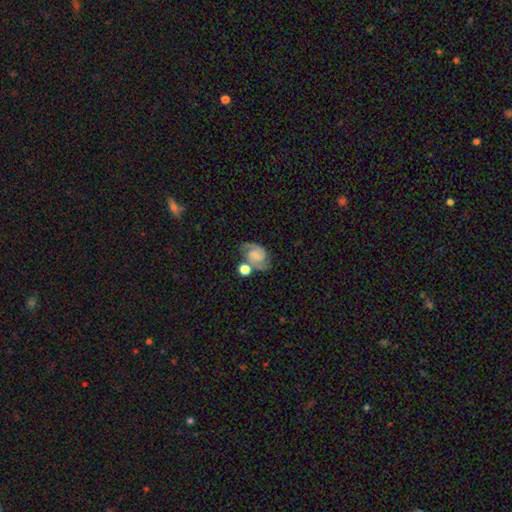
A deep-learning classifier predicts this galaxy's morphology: A featured or disk galaxy (78%) with no bar (47%), 2 (91%) medium (52%) spiral arms (97%) and no central bulge (42%).

Vote fractions:
- Smooth or featured? featured or disk: 78% / smooth: 14% / star or artifact: 8%
- Edge-on disk? no: 98% / yes: 2%
- Bar? no: 47% / weak: 40% / strong: 13%
- Spiral arms? yes: 97% / no: 3%
- Spiral winding? medium: 52% / tight: 35% / loose: 13%
- Spiral arm count? 2: 91% / can't tell: 3% / 1: 2% / 3: 2% / 4: 1% / more than 4: 1%
- Bulge size? none: 42% / small: 36% / moderate: 16% / large: 4% / dominant: 2%
- Merging? none: 63% / merger: 16% / minor disturbance: 15% / major disturbance: 6%